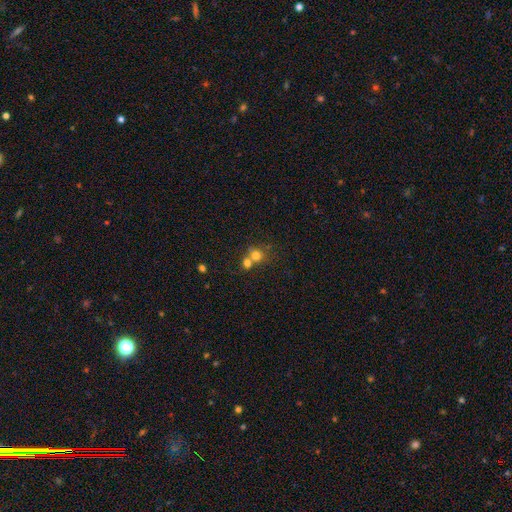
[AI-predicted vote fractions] Q: Smooth or featured?
A: smooth (75%); runner-up: star or artifact (13%)
Q: How rounded?
A: round (83%); runner-up: in between (16%)
Q: Merging?
A: merger (52%); runner-up: none (39%)